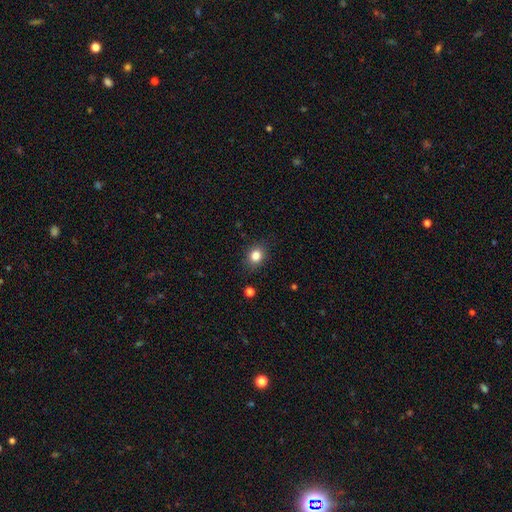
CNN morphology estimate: smooth-or-featured: smooth: 84% | star or artifact: 11% | featured or disk: 5%
  how-rounded: round: 60% | in between: 39% | cigar-shaped: 1%
  merging: none: 86% | minor disturbance: 10% | major disturbance: 3% | merger: 1%